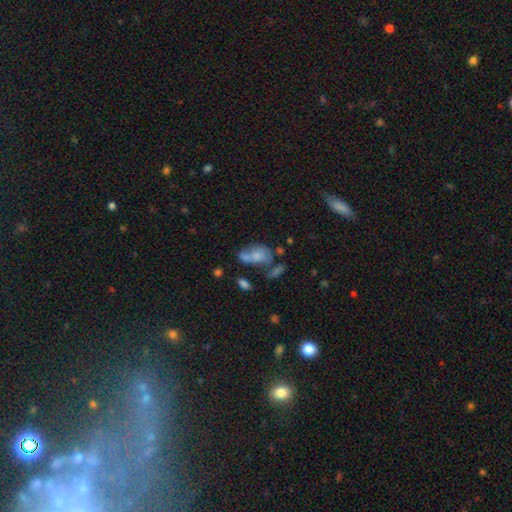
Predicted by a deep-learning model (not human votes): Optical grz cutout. It shows a smooth galaxy with no disk features (63%) that is in between round and cigar-shaped (82%). Merging: merger (37%).